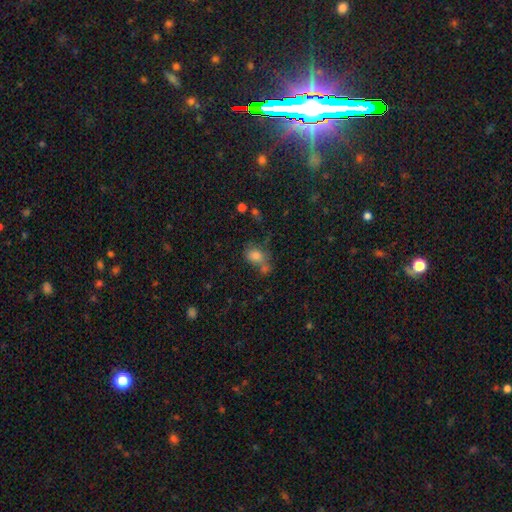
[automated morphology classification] Smooth or featured: smooth — 77% (star or artifact — 12%)
How rounded: in between — 63% (round — 35%)
Merging: none — 39% (merger — 36%)